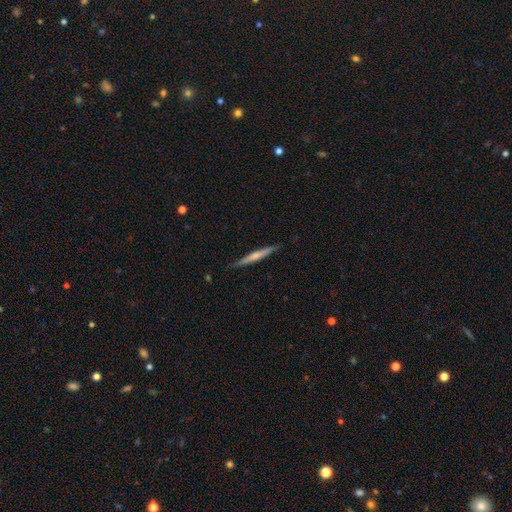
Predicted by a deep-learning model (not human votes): featured or disk 47% (tied), smooth 47% (tied), star or artifact 5%. Down the decision tree: merging — none (87%).